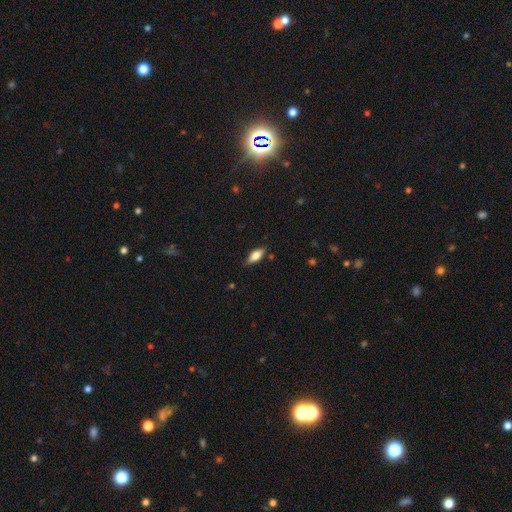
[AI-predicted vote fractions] Smooth or featured? smooth (69%)
How rounded? in between (76%)
Merging? none (81%)